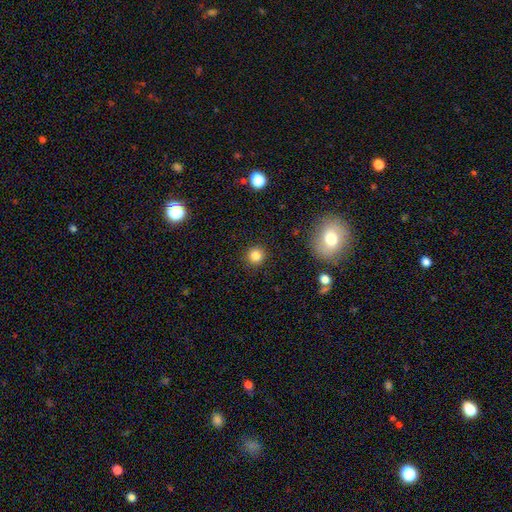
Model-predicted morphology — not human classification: type=smooth (84%); roundness=round (93%); merging=none (91%).